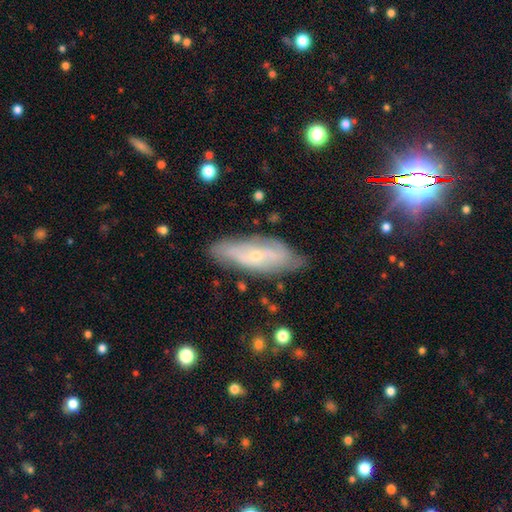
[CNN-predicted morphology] smooth_or_featured: featured or disk (p=0.64) [alt: smooth p=0.29]
disk_edge_on: no (p=0.76) [alt: yes p=0.24]
merging: none (p=0.71) [alt: minor disturbance p=0.22]